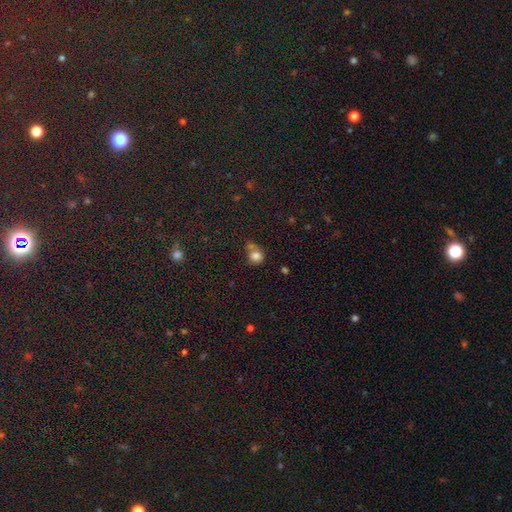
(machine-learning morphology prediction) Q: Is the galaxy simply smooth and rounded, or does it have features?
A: smooth — 81%.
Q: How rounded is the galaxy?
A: round — 83%.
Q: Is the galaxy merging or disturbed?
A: none — 51%.